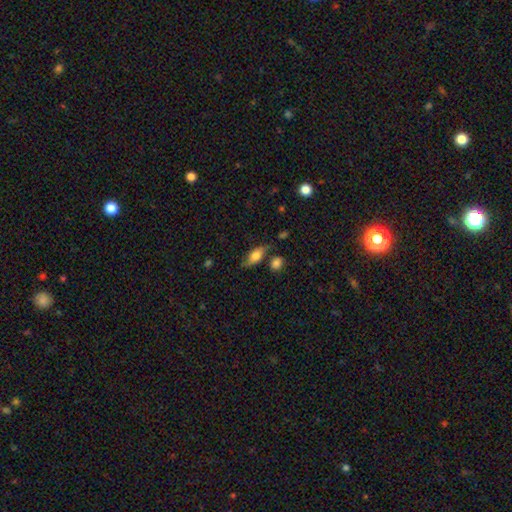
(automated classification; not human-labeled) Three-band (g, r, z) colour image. It shows a smooth galaxy with no disk features (55%) that is in between round and cigar-shaped (76%). Merging: none (63%).